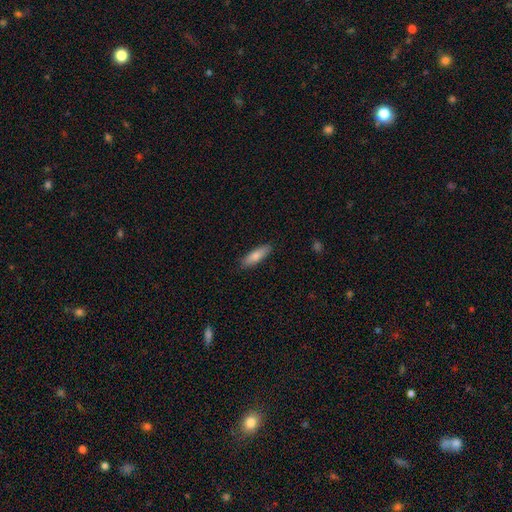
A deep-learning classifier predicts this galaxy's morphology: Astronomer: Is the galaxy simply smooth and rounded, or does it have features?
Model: smooth — 81%.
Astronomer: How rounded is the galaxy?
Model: cigar-shaped — 51% (runner-up: in between, 47%).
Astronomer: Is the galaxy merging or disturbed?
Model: none — 87%.